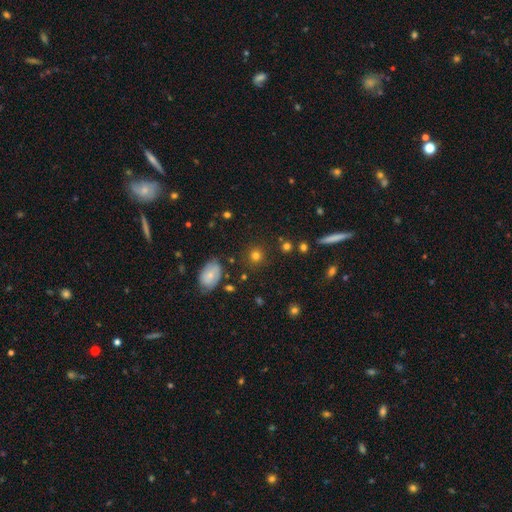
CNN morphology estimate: This appears to be a smooth galaxy with no disk features (76%) that is round (86%). Merging: none (86%).